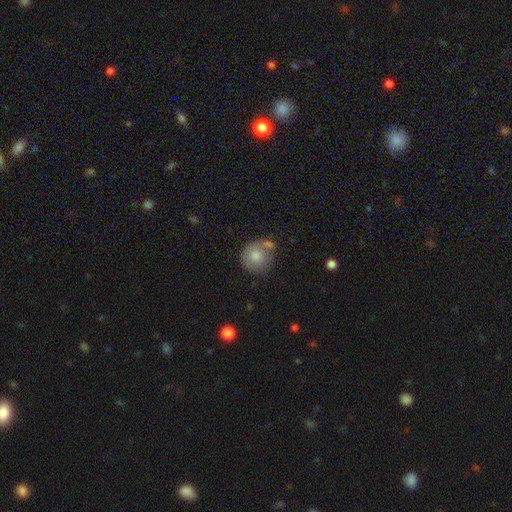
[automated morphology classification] smooth 77%, featured or disk 16%, star or artifact 8%. Down the decision tree: how rounded — round (89%); merging — none (51%).